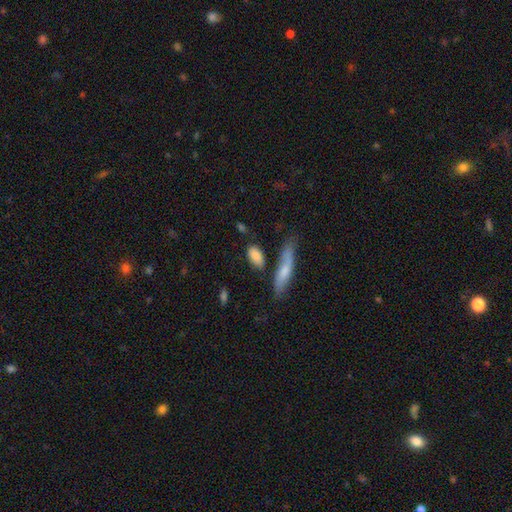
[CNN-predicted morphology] The model was most divided on "merging": none: 64%, minor disturbance: 17%, merger: 12%, major disturbance: 6%. More confident: how rounded — in between (83%); smooth or featured — smooth (83%).